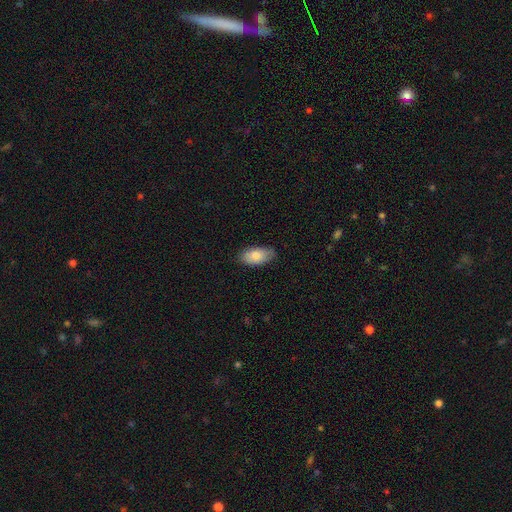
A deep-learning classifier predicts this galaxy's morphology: smooth_or_featured: smooth (p=0.81) [alt: featured or disk p=0.12]
how_rounded: in between (p=0.93) [alt: cigar-shaped p=0.04]
merging: none (p=0.82) [alt: minor disturbance p=0.15]